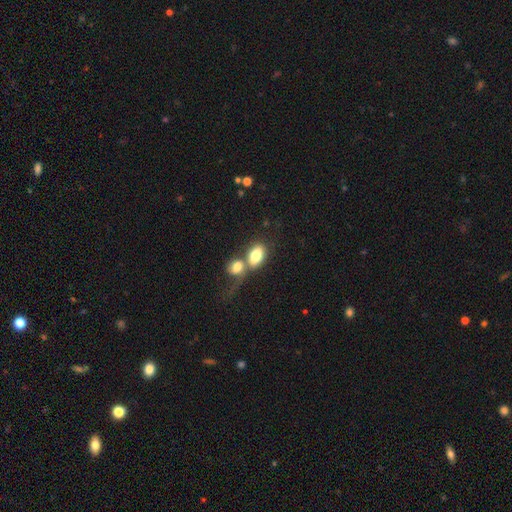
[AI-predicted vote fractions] This appears to be a smooth galaxy with no disk features (76%) that is in between round and cigar-shaped (82%). Merging: merger (63%).